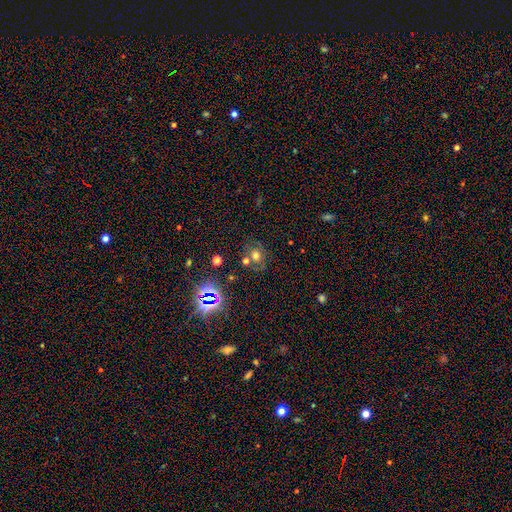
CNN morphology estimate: Smooth or featured? Predicted: smooth (p=0.46). Merging? Predicted: none (p=0.61).